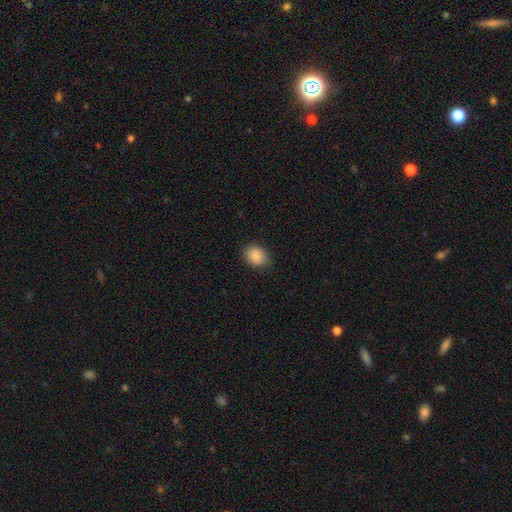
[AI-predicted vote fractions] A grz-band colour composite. It shows a smooth galaxy with no disk features (88%) that is round (51%). Merging: none (85%).